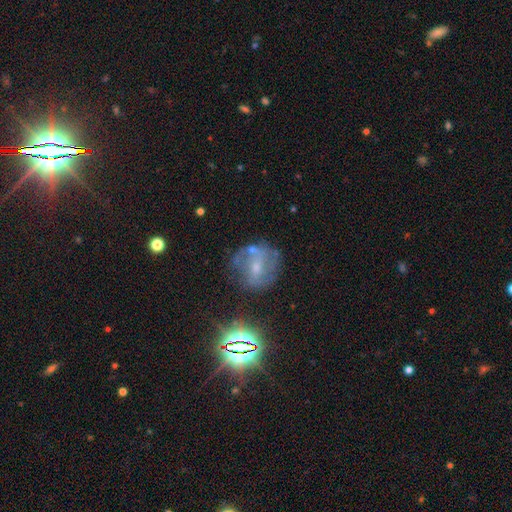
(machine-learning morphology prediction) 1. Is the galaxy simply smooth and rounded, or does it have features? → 63% featured or disk, 21% smooth, 16% star or artifact.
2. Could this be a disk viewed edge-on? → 96% no, 4% yes.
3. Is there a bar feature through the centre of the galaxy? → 46% weak, 36% no, 18% strong.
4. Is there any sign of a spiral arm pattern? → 74% yes, 26% no.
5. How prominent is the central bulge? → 51% small, 36% moderate, 10% none, 2% large, 1% dominant.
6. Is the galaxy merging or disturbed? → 61% none, 20% minor disturbance, 13% major disturbance, 6% merger.